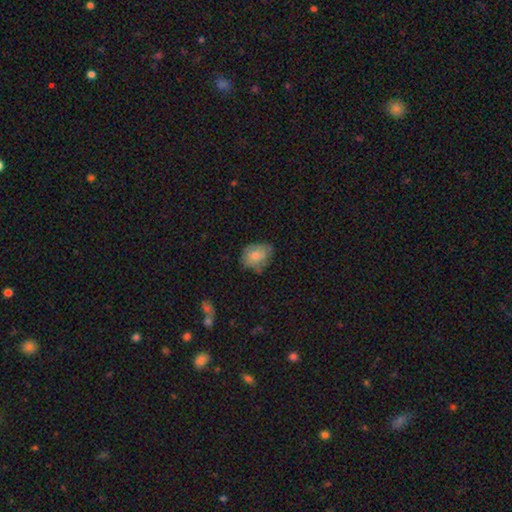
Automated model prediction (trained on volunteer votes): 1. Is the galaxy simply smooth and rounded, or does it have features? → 72% smooth, 20% featured or disk, 8% star or artifact.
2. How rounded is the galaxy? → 56% in between, 43% round, 1% cigar-shaped.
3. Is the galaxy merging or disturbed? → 58% none, 31% minor disturbance, 9% major disturbance, 2% merger.